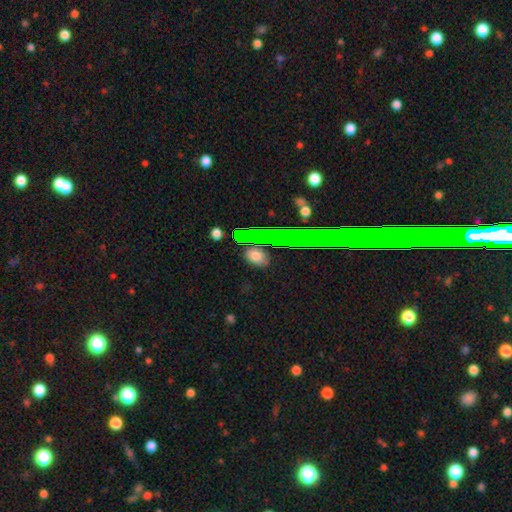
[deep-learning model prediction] Smooth or featured?
  - smooth: 68% *
  - star or artifact: 19%
  - featured or disk: 13%
How rounded?
  - in between: 67% *
  - round: 29%
  - cigar-shaped: 4%
Merging?
  - none: 81% *
  - minor disturbance: 12%
  - major disturbance: 4%
  - merger: 3%